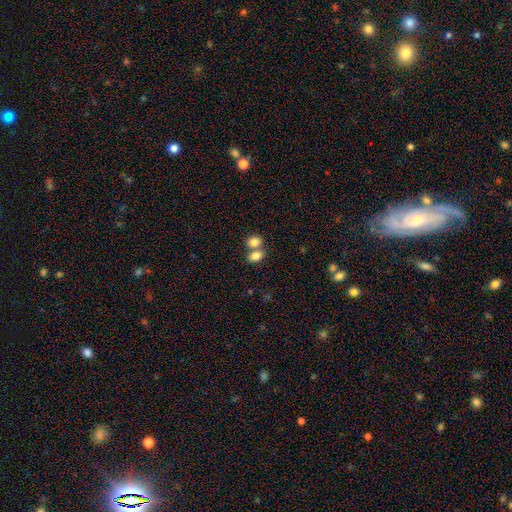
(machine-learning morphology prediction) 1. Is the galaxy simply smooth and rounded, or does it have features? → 83% smooth, 9% star or artifact, 8% featured or disk.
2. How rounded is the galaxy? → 72% in between, 27% round, 1% cigar-shaped.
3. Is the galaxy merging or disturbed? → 51% merger, 38% none, 8% minor disturbance, 3% major disturbance.